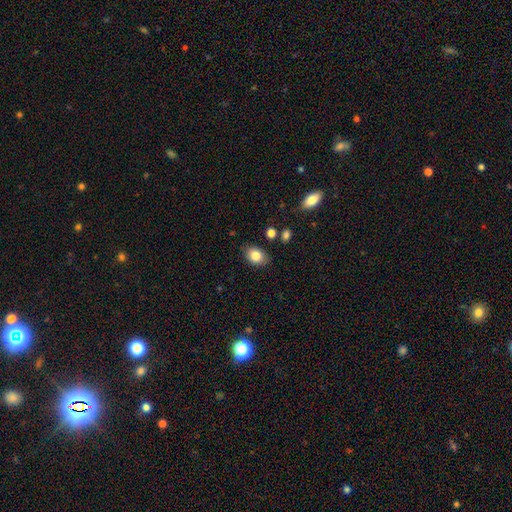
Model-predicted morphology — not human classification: A smooth galaxy with no disk features (84%) that is in between round and cigar-shaped (76%). Merging: none (82%).